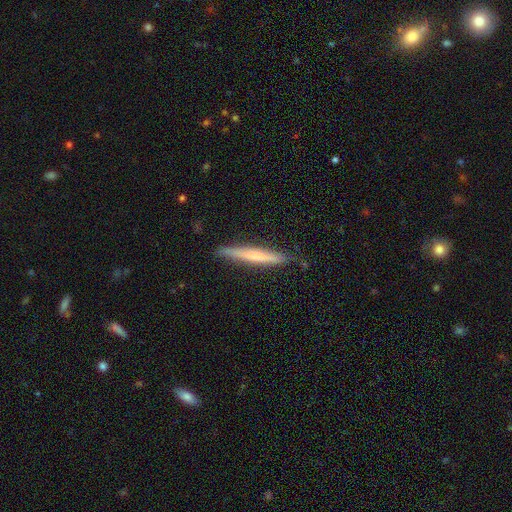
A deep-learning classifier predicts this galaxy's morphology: smooth-or-featured: smooth: 51% | featured or disk: 43% | star or artifact: 6%
  how-rounded: cigar-shaped: 96% | in between: 3% | round: 1%
  merging: none: 84% | minor disturbance: 13% | major disturbance: 2% | merger: 1%